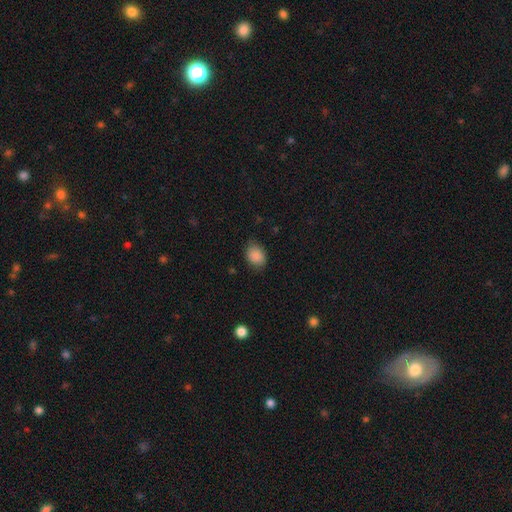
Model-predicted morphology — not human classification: A smooth galaxy with no disk features (88%) that is in between round and cigar-shaped (64%). Merging: none (76%).